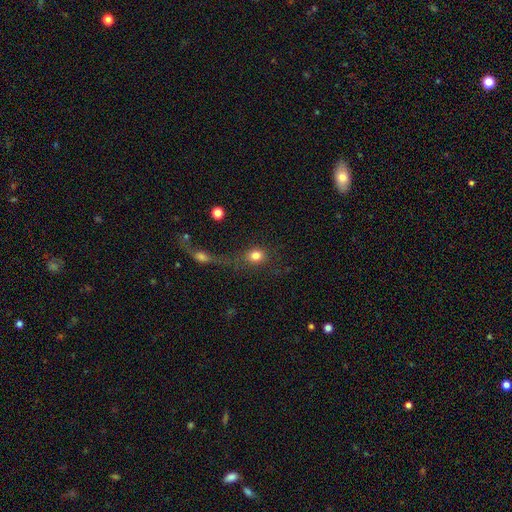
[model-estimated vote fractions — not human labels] A smooth galaxy with no disk features (81%) that is round (67%).

Vote fractions:
- Smooth or featured? smooth: 81% / star or artifact: 11% / featured or disk: 8%
- How rounded? round: 67% / in between: 31% / cigar-shaped: 2%
- Merging? none: 53% / merger: 23% / major disturbance: 12% / minor disturbance: 11%